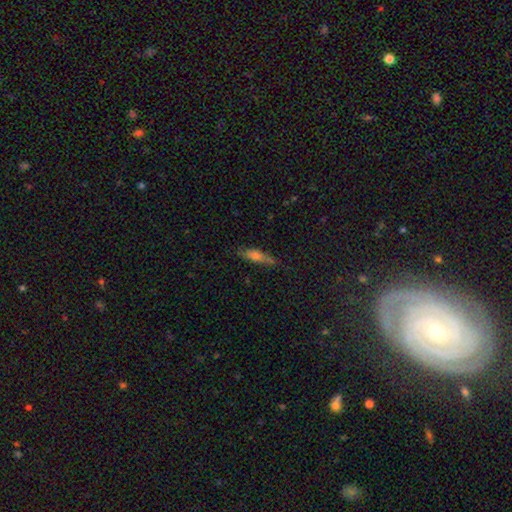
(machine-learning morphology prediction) Smooth or featured? smooth (54%)
How rounded? cigar-shaped (71%)
Merging? none (77%)